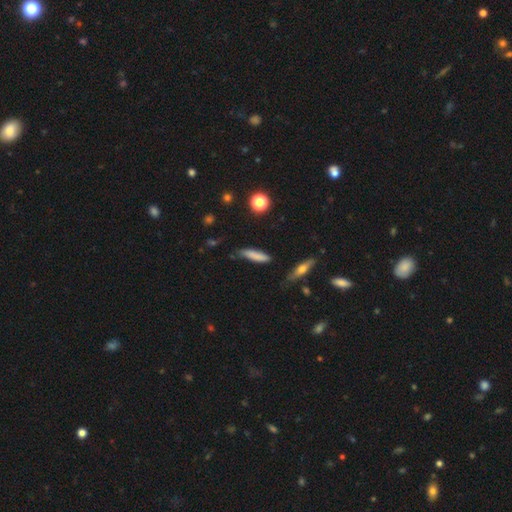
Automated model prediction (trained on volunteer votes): A smooth galaxy with no disk features (77%) that is cigar-shaped (80%). Merging: none (72%).